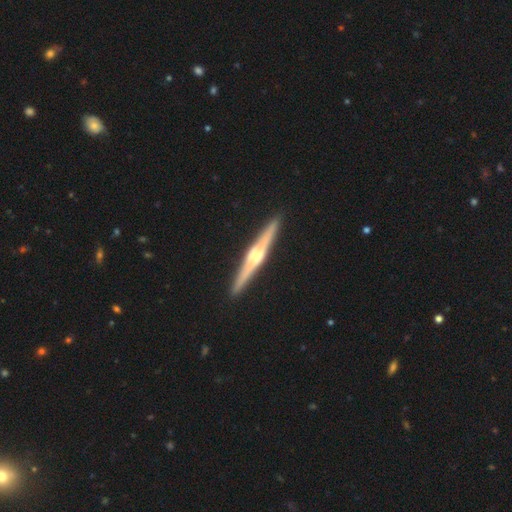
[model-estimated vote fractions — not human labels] This appears to be a featured or disk galaxy (83%) viewed edge-on (98%) with a rounded central bulge (72%). Merging: none (92%).